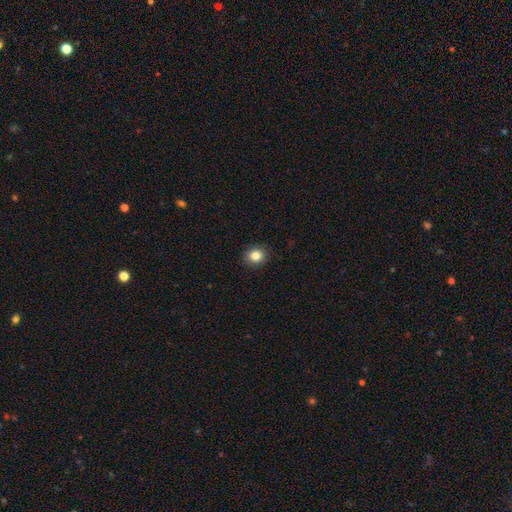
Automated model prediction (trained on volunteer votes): This is clearly a smooth galaxy (84%). How rounded: likely round (76%). Merging: clearly none (89%).